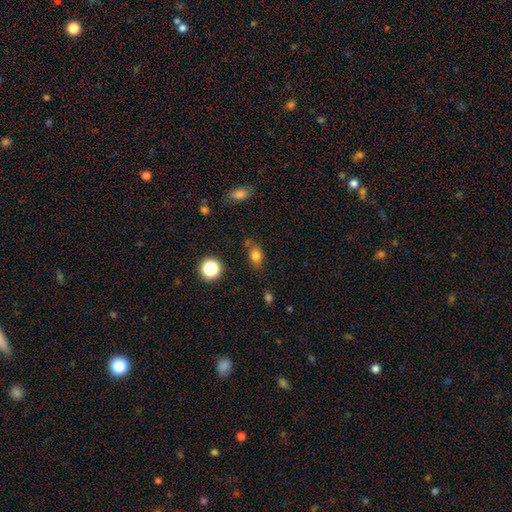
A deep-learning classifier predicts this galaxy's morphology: This is likely a smooth galaxy (79%). How rounded: likely in between (72%). Merging: likely none (70%).